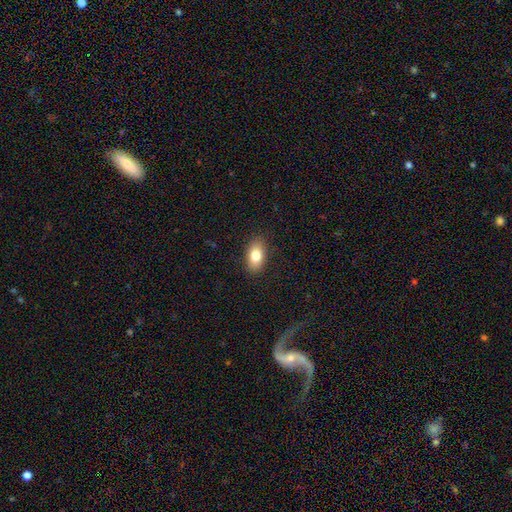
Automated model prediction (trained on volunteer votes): Smooth or featured? Predicted: smooth (p=0.81). How rounded? Predicted: in between (p=0.91). Merging? Predicted: none (p=0.88).